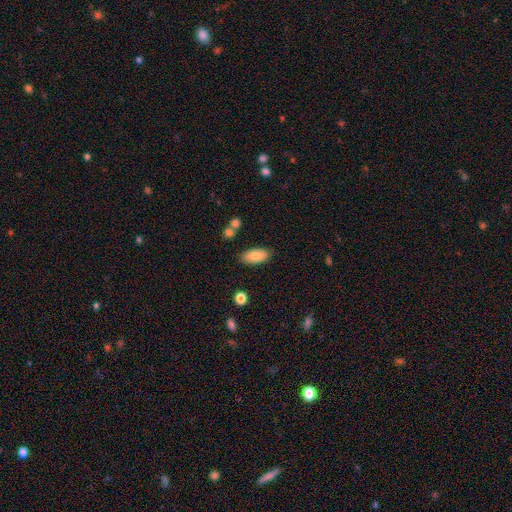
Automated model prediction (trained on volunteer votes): smooth_or_featured: smooth (p=0.83) [alt: featured or disk p=0.10]
how_rounded: in between (p=0.88) [alt: cigar-shaped p=0.10]
merging: none (p=0.84) [alt: minor disturbance p=0.11]